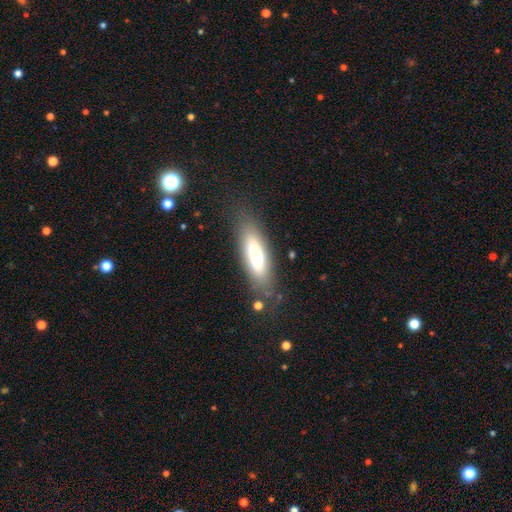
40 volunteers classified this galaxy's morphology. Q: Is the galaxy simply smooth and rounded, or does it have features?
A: smooth — 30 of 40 (75%).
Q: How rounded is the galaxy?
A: in between — 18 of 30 (60%).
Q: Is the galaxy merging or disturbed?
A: none — 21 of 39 (54%).